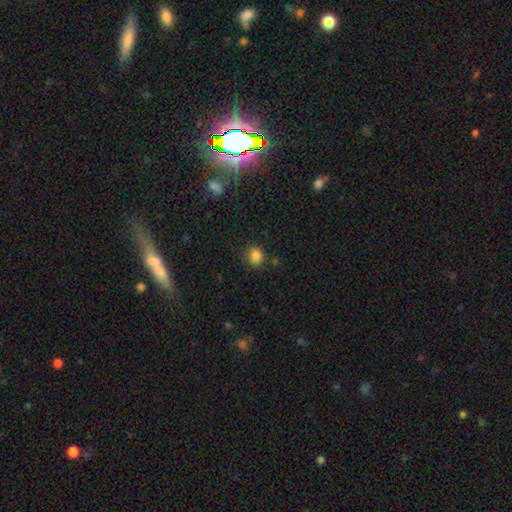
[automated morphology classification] The model was most divided on "how rounded": round: 76%, in between: 23%, cigar-shaped: 1%. More confident: smooth or featured — smooth (83%); merging — none (83%).